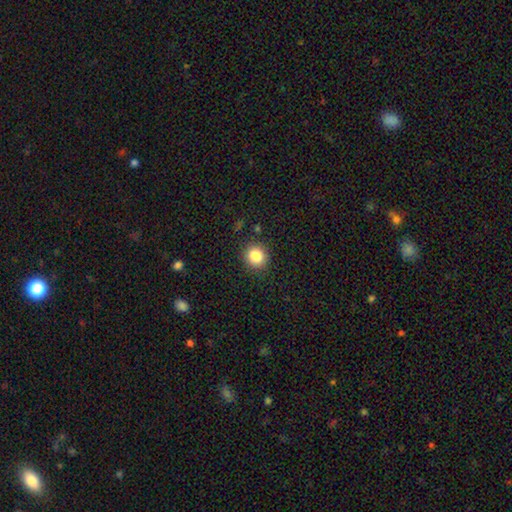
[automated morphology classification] Overall: smooth (85%). How rounded: round (85%). Merging: none (88%).